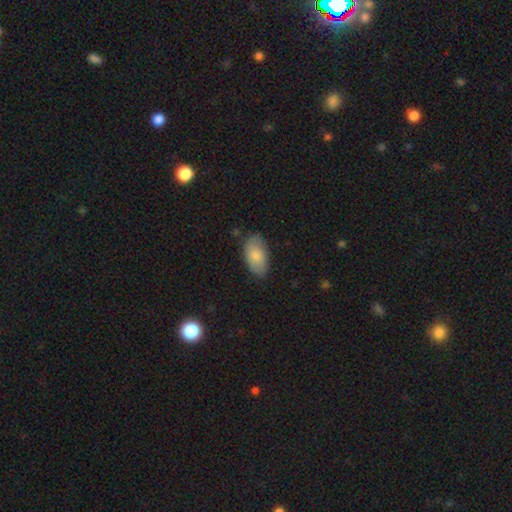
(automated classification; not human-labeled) Smooth or featured? Predicted: smooth (p=0.82). How rounded? Predicted: in between (p=0.94). Merging? Predicted: none (p=0.78).